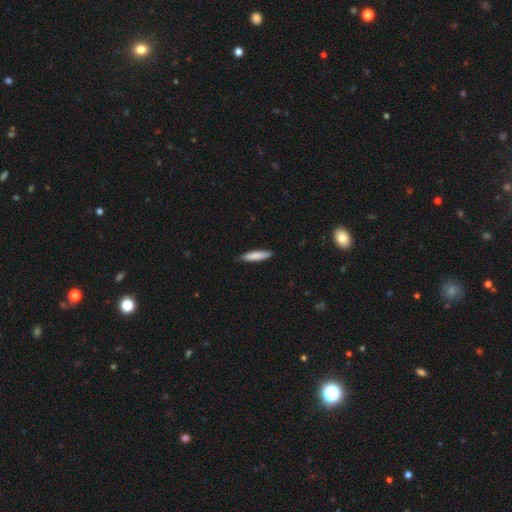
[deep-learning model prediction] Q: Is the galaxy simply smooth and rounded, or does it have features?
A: smooth — 84%.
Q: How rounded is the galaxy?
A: cigar-shaped — 85%.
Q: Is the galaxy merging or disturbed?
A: none — 86%.